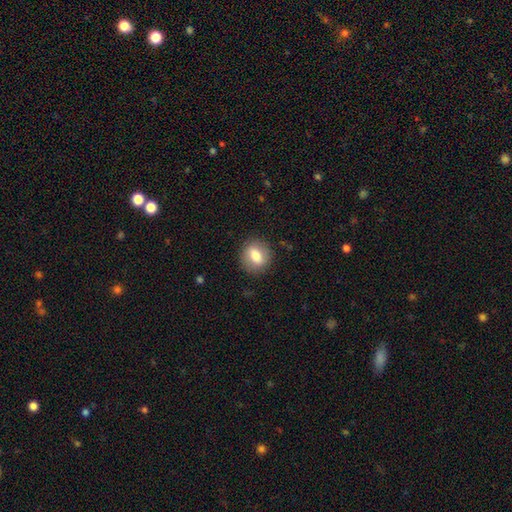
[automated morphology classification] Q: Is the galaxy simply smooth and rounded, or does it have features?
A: smooth — 74%.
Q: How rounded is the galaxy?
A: round — 65%.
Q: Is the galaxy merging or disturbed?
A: none — 86%.